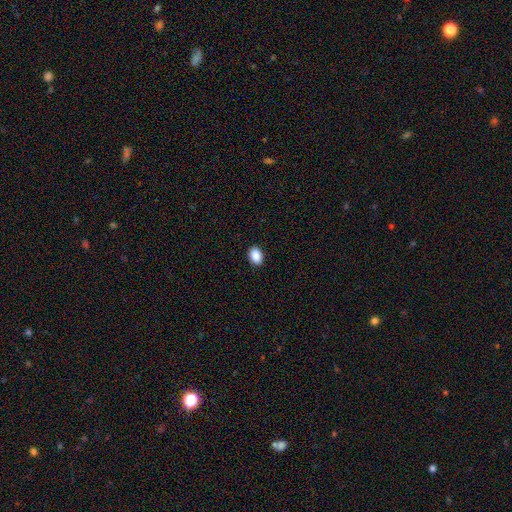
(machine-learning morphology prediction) This is clearly a smooth galaxy (90%). How rounded: likely in between (80%). Merging: clearly none (91%).